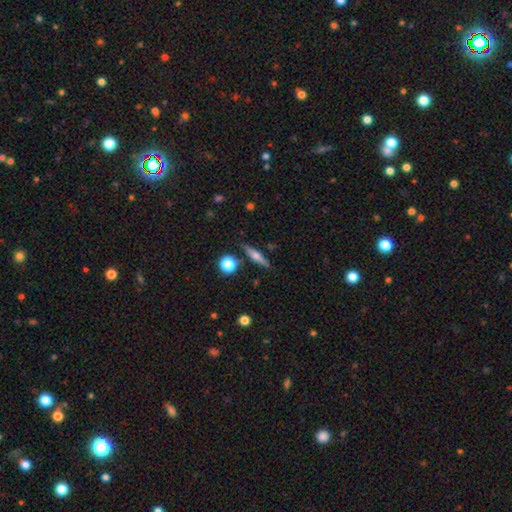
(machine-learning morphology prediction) Smooth or featured: smooth — 51% (featured or disk — 41%)
How rounded: cigar-shaped — 74% (in between — 19%)
Merging: none — 82% (minor disturbance — 11%)